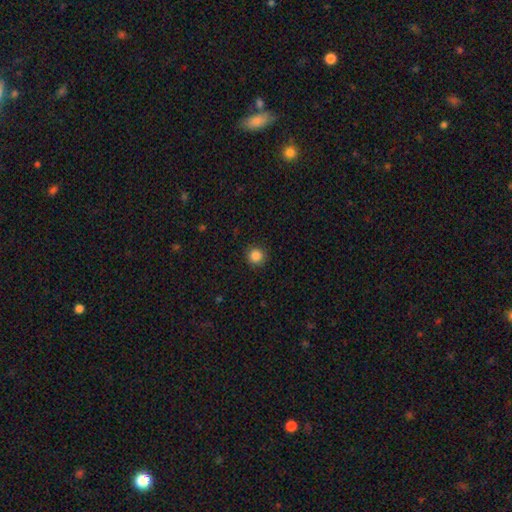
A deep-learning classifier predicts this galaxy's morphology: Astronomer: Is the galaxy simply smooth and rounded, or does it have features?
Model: smooth — 87%.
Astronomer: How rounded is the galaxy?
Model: round — 94%.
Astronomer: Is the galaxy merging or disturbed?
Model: none — 90%.